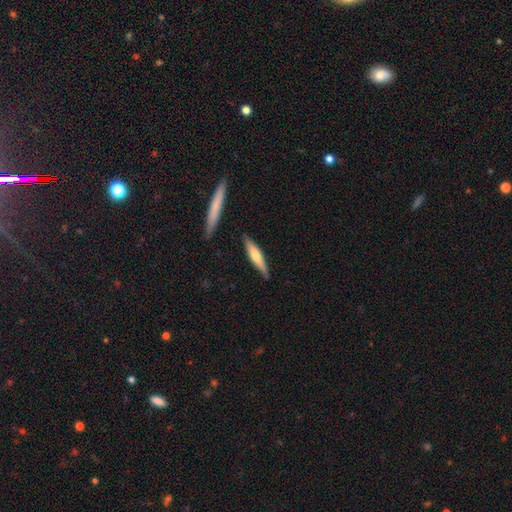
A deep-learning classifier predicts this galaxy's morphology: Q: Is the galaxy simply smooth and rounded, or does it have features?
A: smooth — 55%.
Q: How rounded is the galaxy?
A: cigar-shaped — 83%.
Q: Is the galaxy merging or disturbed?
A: none — 85%.